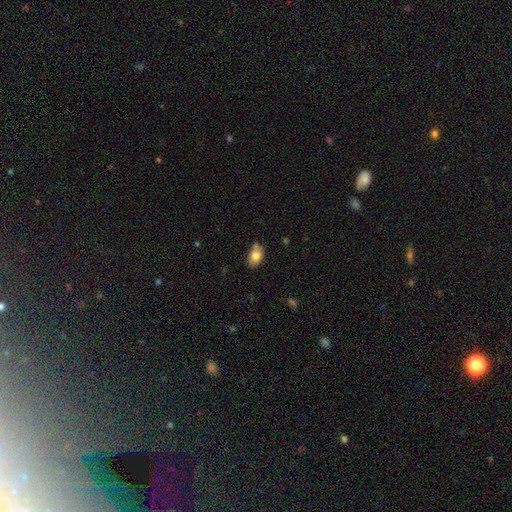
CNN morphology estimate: Smooth or featured? smooth (77%)
How rounded? in between (88%)
Merging? none (64%)